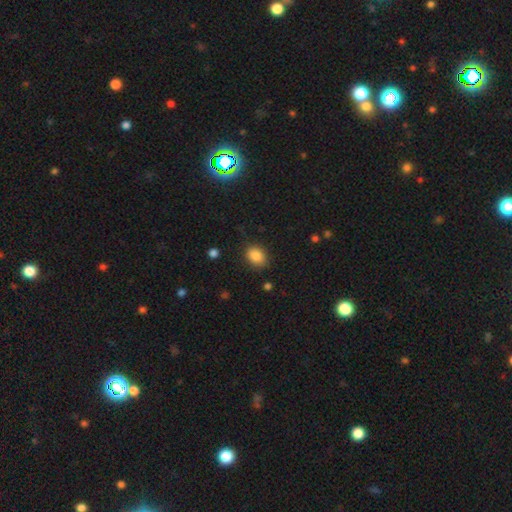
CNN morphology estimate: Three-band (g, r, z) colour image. It shows a smooth galaxy with no disk features (87%) that is in between round and cigar-shaped (67%). Merging: none (84%).